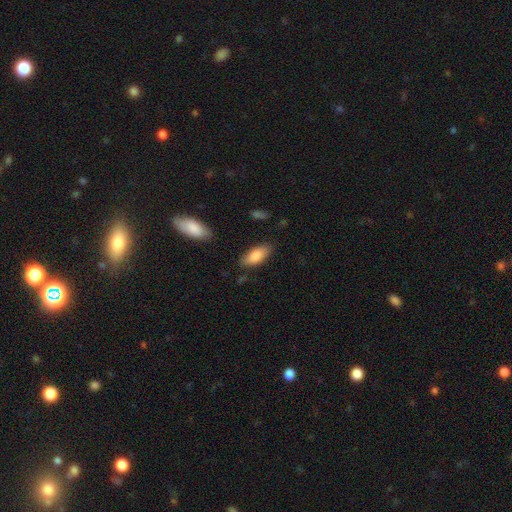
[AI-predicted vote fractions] A smooth galaxy with no disk features (84%) that is in between round and cigar-shaped (84%). Merging: none (79%).